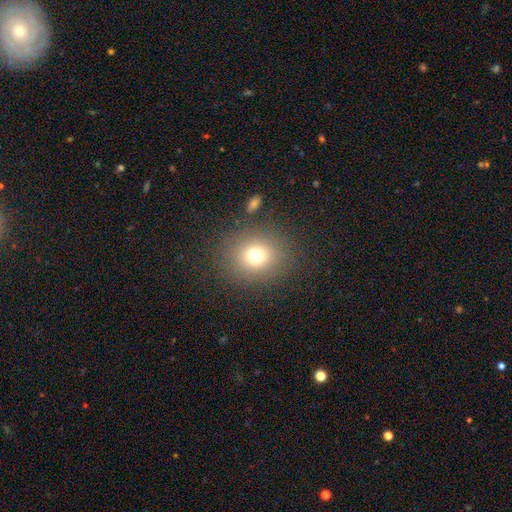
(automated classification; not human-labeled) Overall: smooth (71%). How rounded: round (81%). Merging: none (83%).